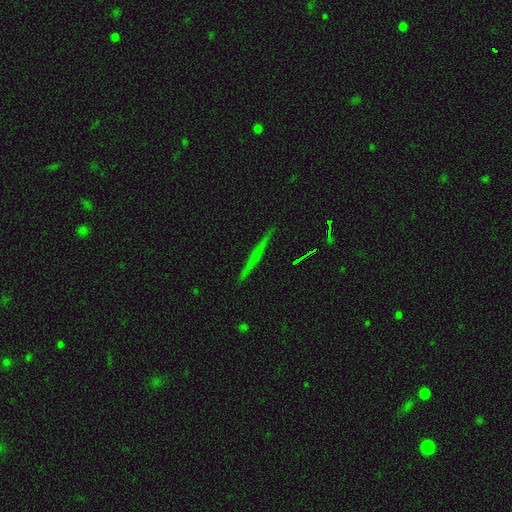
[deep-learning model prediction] This appears to be a featured or disk galaxy (55%) viewed edge-on (97%) with no central bulge (80%). Merging: none (91%).